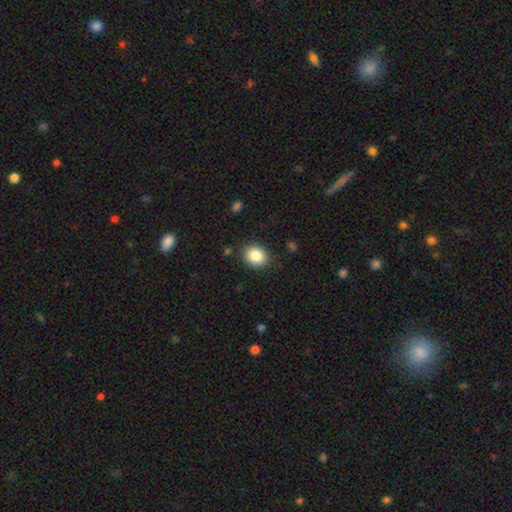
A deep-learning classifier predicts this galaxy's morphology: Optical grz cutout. It shows a smooth galaxy with no disk features (86%) that is round (57%). Merging: none (87%).